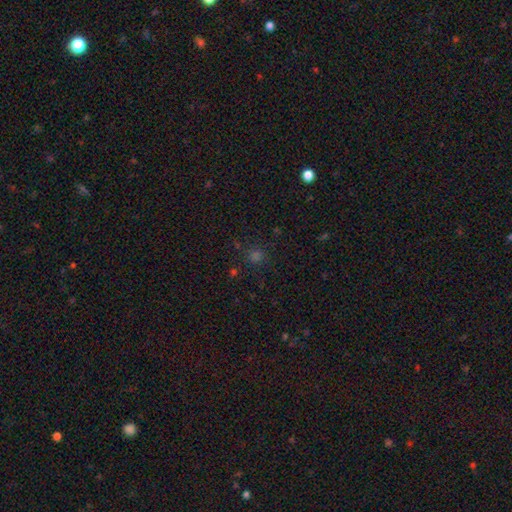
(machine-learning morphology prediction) smooth_or_featured: smooth (p=0.56) [alt: star or artifact p=0.38]
how_rounded: round (p=0.92) [alt: in between p=0.07]
merging: none (p=0.85) [alt: minor disturbance p=0.08]